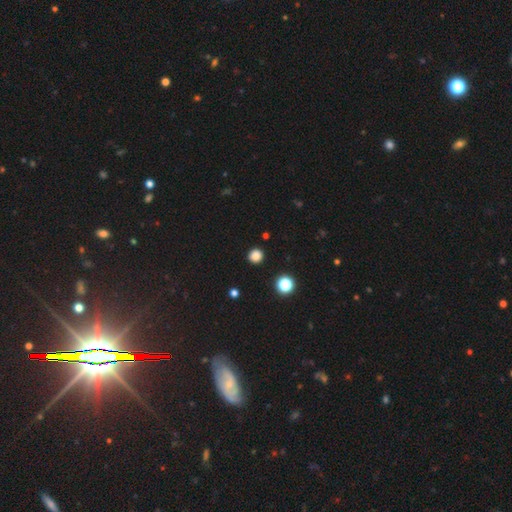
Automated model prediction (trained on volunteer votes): Smooth or featured? smooth (84%)
How rounded? round (93%)
Merging? none (91%)